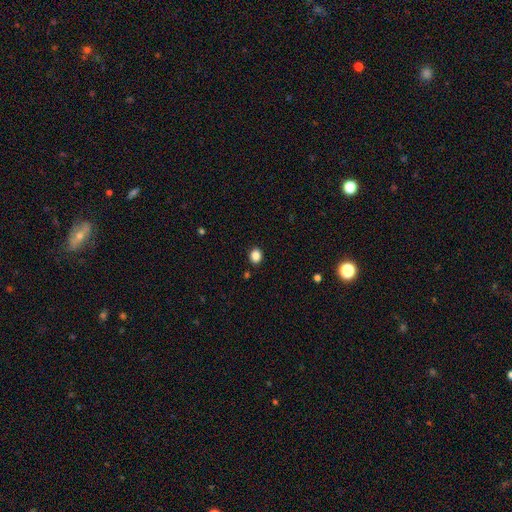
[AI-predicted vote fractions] Q: Smooth or featured?
A: smooth (86%); runner-up: star or artifact (10%)
Q: How rounded?
A: round (62%); runner-up: in between (37%)
Q: Merging?
A: none (90%); runner-up: minor disturbance (6%)